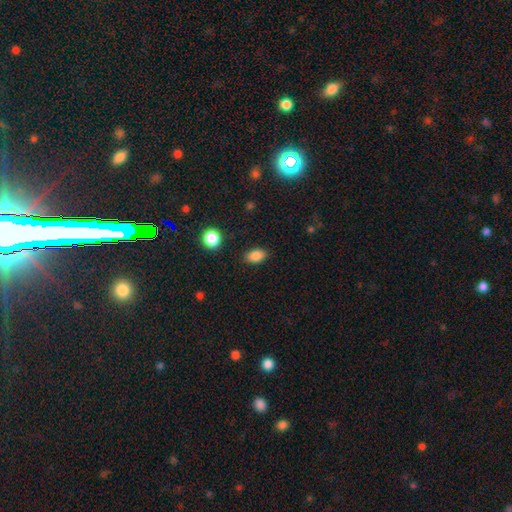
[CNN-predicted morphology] A smooth galaxy with no disk features (86%) that is in between round and cigar-shaped (84%). Merging: none (86%).